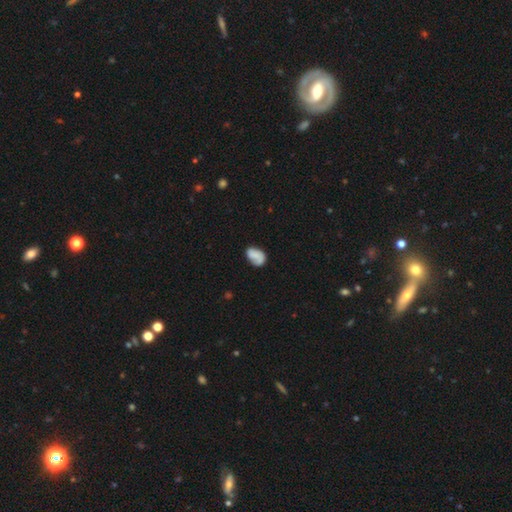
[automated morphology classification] smooth-or-featured: smooth: 61% | featured or disk: 31% | star or artifact: 8%
  how-rounded: in between: 83% | round: 16% | cigar-shaped: 2%
  merging: none: 57% | minor disturbance: 26% | major disturbance: 12% | merger: 5%